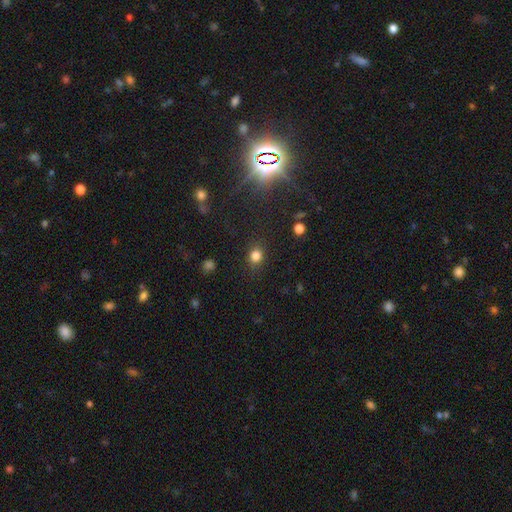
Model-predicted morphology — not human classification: Smooth or featured: smooth — 81% (star or artifact — 14%)
How rounded: round — 68% (in between — 31%)
Merging: none — 84% (minor disturbance — 10%)